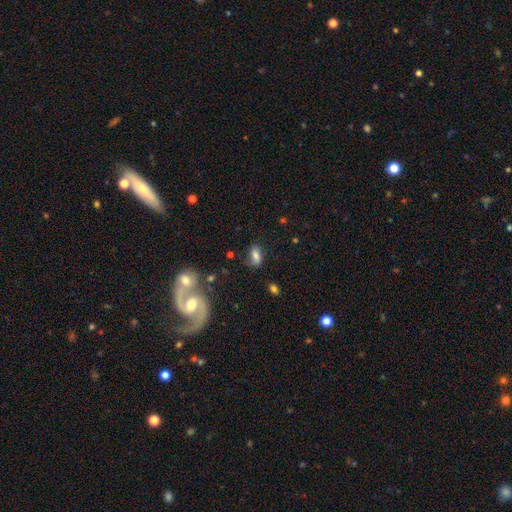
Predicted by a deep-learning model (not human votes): This appears to be a smooth galaxy with no disk features (67%) that is in between round and cigar-shaped (85%). Merging: none (60%).